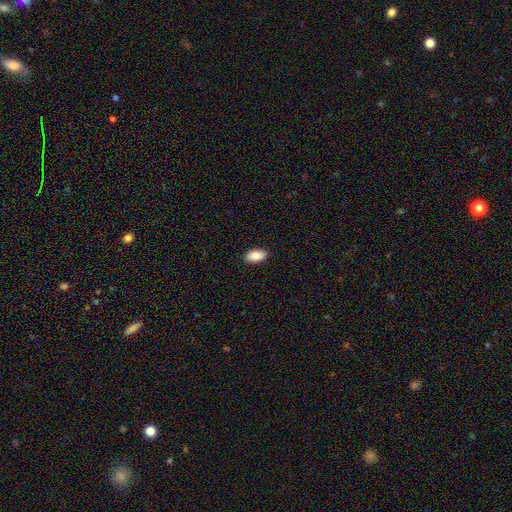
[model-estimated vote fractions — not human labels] The model was most divided on "smooth or featured": smooth: 86%, featured or disk: 8%, star or artifact: 7%. More confident: how rounded — in between (94%); merging — none (90%).